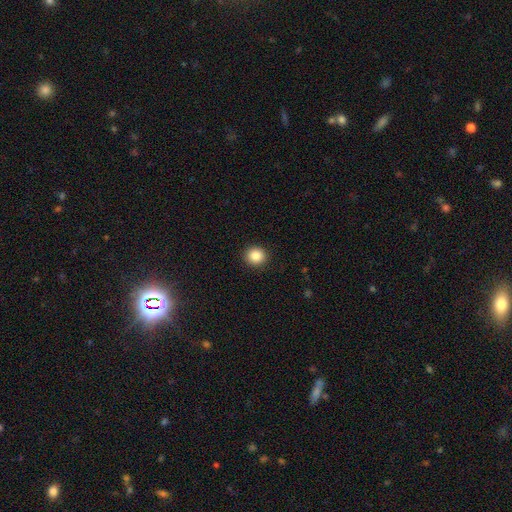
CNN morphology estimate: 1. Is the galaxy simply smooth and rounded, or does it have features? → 87% smooth, 9% star or artifact, 4% featured or disk.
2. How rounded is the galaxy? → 87% round, 12% in between, 1% cigar-shaped.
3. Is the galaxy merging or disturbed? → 92% none, 5% minor disturbance, 2% major disturbance, 1% merger.